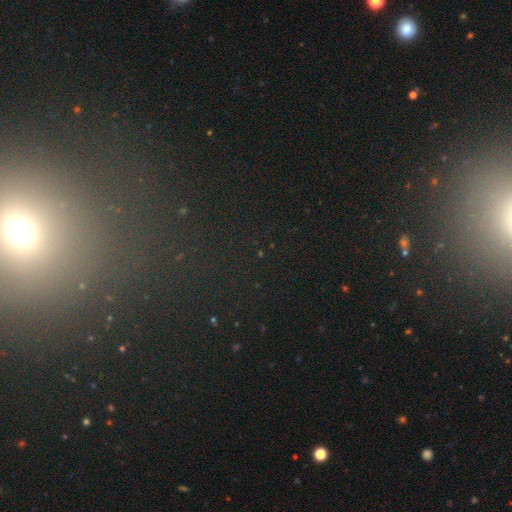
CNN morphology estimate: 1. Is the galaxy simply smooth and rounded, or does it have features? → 55% star or artifact, 31% smooth, 15% featured or disk.